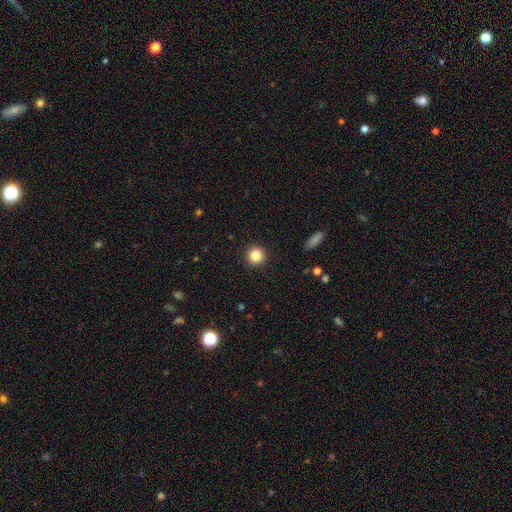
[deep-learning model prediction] Overall: smooth (84%). How rounded: round (95%). Merging: none (93%).